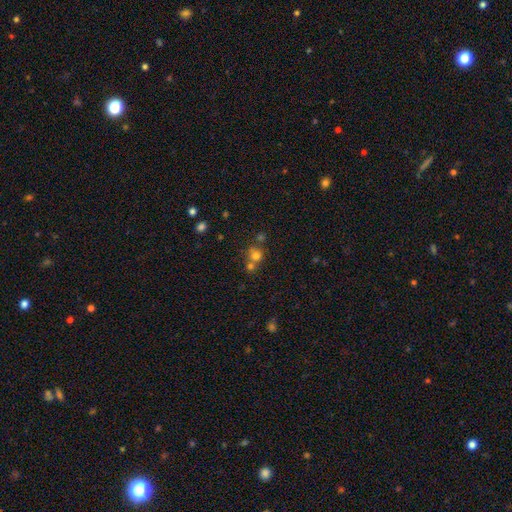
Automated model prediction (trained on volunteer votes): smooth 69%, star or artifact 18%, featured or disk 13%. Down the decision tree: how rounded — round (83%); merging — none (47%).